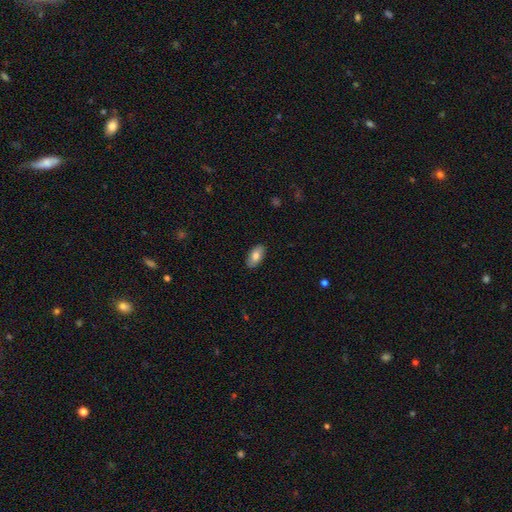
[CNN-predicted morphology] A smooth galaxy with no disk features (80%) that is in between round and cigar-shaped (93%).

Vote fractions:
- Smooth or featured? smooth: 80% / featured or disk: 13% / star or artifact: 6%
- How rounded? in between: 93% / cigar-shaped: 4% / round: 3%
- Merging? none: 88% / minor disturbance: 9% / major disturbance: 2% / merger: 1%